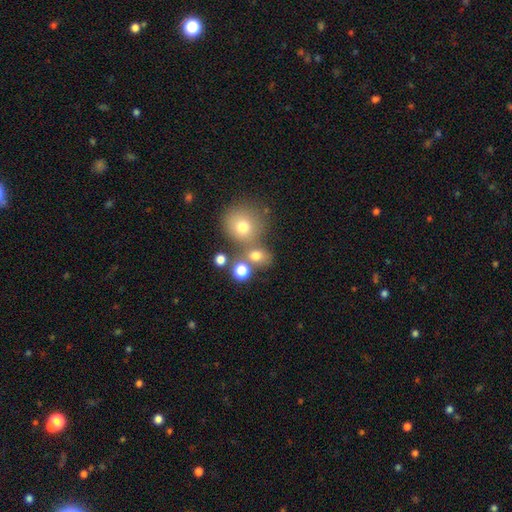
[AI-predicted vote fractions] smooth_or_featured: smooth (p=0.73) [alt: star or artifact p=0.16]
how_rounded: round (p=0.71) [alt: in between p=0.28]
merging: none (p=0.51) [alt: merger p=0.34]